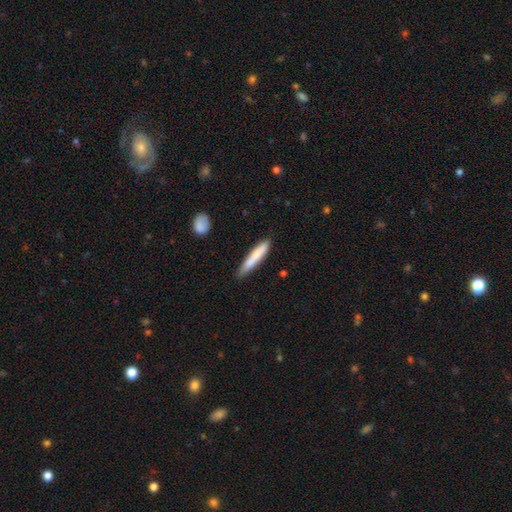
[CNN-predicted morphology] This is likely a smooth galaxy (73%). How rounded: clearly cigar-shaped (90%). Merging: likely none (76%).